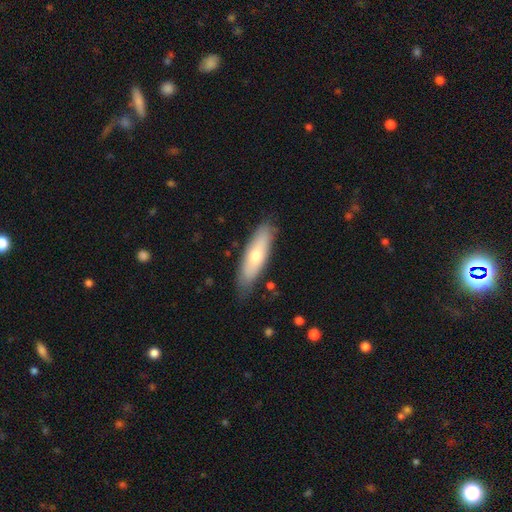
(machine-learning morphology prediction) smooth 61%, featured or disk 33%, star or artifact 6%. Down the decision tree: how rounded — in between (49%, tied with cigar-shaped); merging — none (80%).